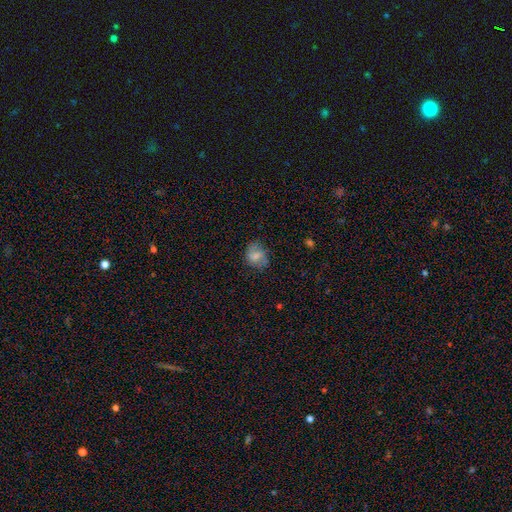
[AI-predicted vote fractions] Overall: smooth (70%). How rounded: round (55%; in between 44%). Merging: none (67%).